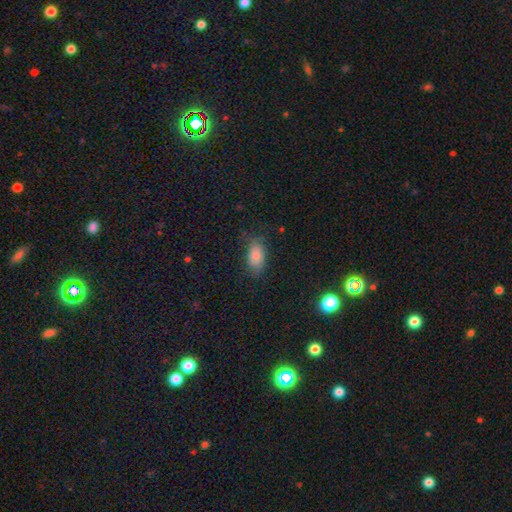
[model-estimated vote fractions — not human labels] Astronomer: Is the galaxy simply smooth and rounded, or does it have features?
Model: smooth — 78%.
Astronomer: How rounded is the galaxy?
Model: in between — 90%.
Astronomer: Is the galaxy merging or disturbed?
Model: none — 74%.